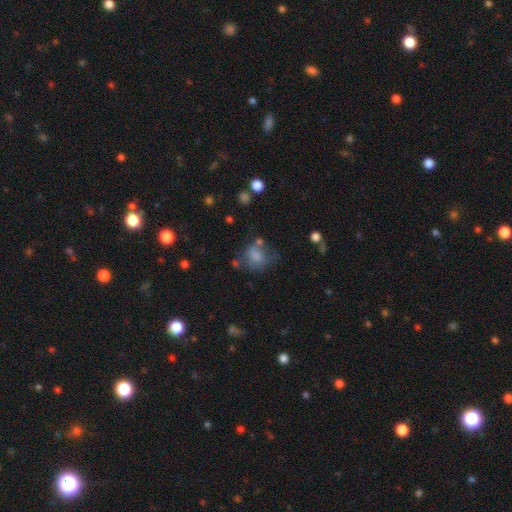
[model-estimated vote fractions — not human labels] smooth 71%, featured or disk 17%, star or artifact 13%. Down the decision tree: how rounded — round (58%); merging — none (42%).